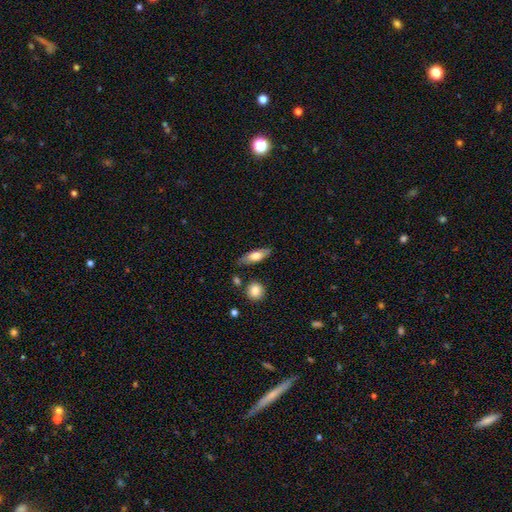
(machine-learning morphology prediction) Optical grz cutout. It shows a smooth galaxy with no disk features (67%) that is in between round and cigar-shaped (60%). Merging: none (78%).